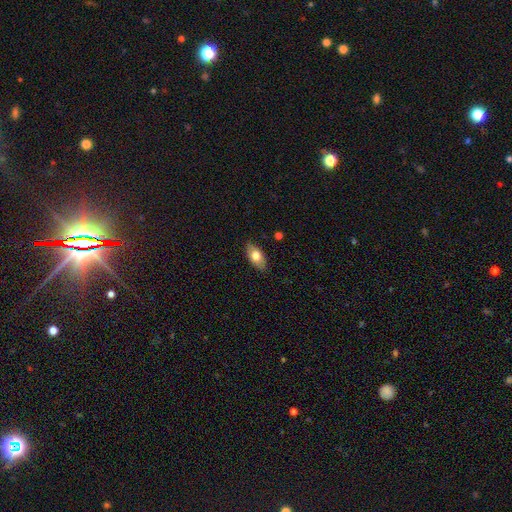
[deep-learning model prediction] This is likely a smooth galaxy (73%). How rounded: clearly in between (90%). Merging: clearly none (86%).